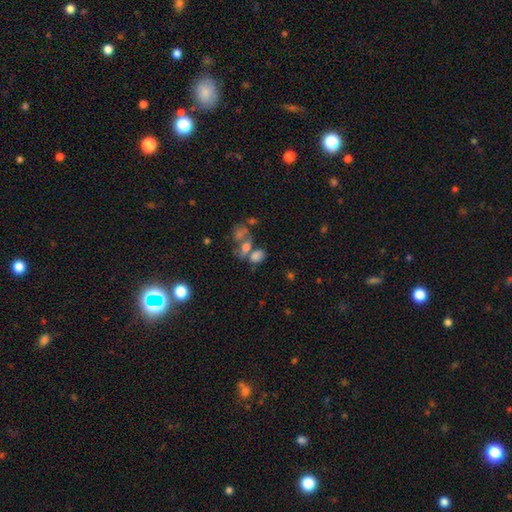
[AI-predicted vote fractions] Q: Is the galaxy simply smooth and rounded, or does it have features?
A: smooth — 70%.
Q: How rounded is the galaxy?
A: in between — 78%.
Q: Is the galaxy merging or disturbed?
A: merger — 46%.